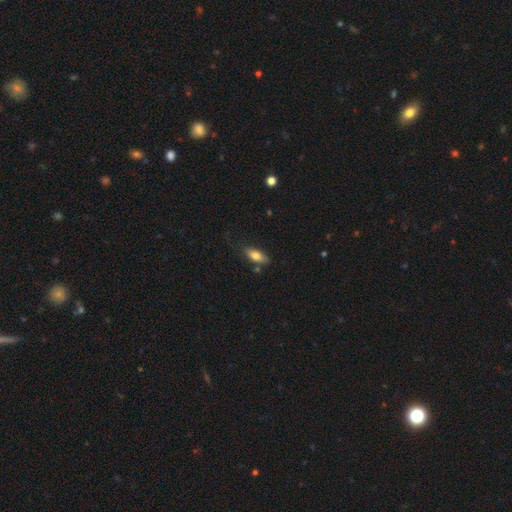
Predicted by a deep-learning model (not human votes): Overall: smooth (76%). How rounded: in between (79%). Merging: none (71%).